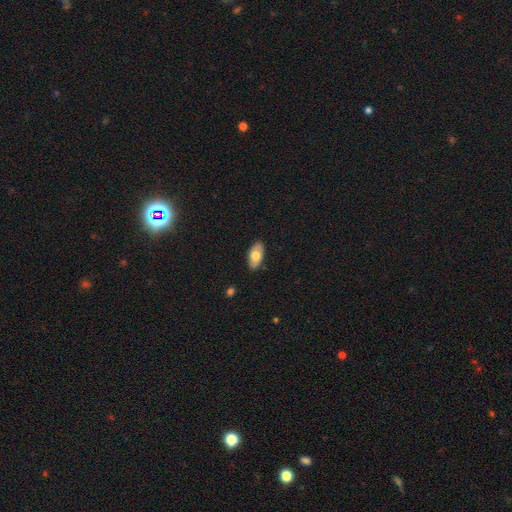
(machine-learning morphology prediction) smooth 69%, featured or disk 25%, star or artifact 6%. Down the decision tree: how rounded — in between (94%); merging — none (87%).